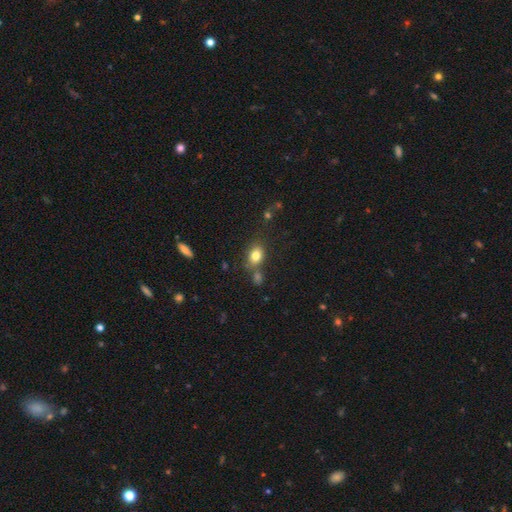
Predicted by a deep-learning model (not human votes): Q: Smooth or featured?
A: smooth (81%); runner-up: star or artifact (11%)
Q: How rounded?
A: in between (67%); runner-up: round (31%)
Q: Merging?
A: none (65%); runner-up: merger (15%)